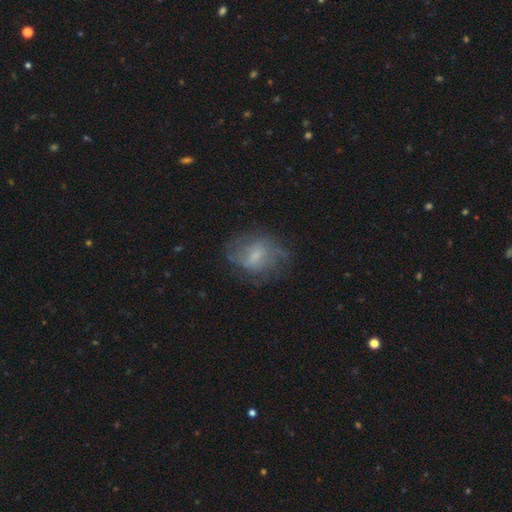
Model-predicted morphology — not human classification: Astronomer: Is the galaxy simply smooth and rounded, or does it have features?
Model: featured or disk — 52% (runner-up: smooth, 37%).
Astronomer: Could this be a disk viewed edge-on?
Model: no — 96%.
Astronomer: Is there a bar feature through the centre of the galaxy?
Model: weak — 54% (runner-up: no, 30%).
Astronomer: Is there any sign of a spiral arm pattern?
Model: yes — 64%.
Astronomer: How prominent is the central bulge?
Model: small — 35% (runner-up: moderate, 31%).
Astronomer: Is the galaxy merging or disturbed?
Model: none — 58%.